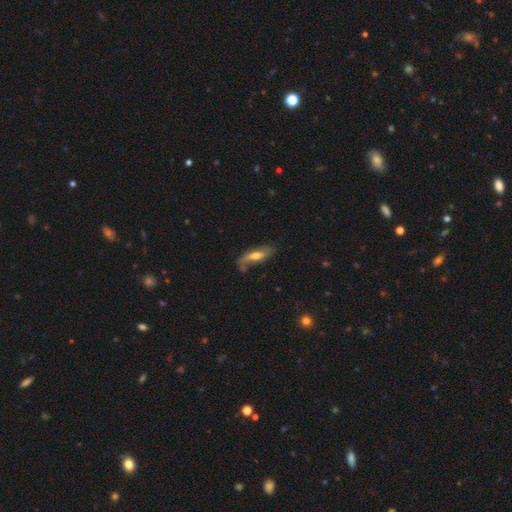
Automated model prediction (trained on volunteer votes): smooth-or-featured: featured or disk: 47% | smooth: 46% | star or artifact: 7%
  merging: none: 55% | minor disturbance: 27% | major disturbance: 13% | merger: 5%